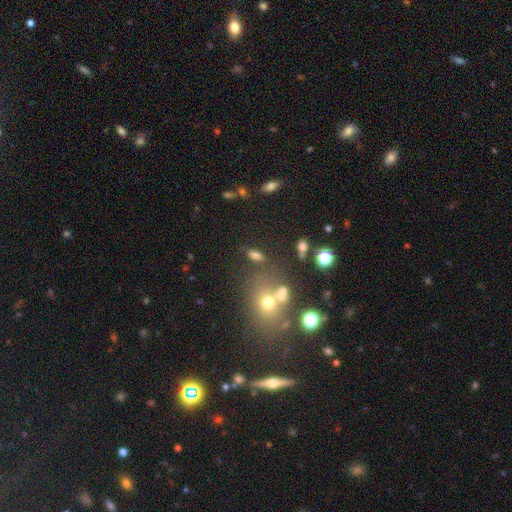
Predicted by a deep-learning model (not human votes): Smooth or featured?
  - smooth: 71% *
  - star or artifact: 16%
  - featured or disk: 13%
How rounded?
  - in between: 76% *
  - cigar-shaped: 12%
  - round: 12%
Merging?
  - none: 68% *
  - minor disturbance: 14%
  - merger: 12%
  - major disturbance: 6%